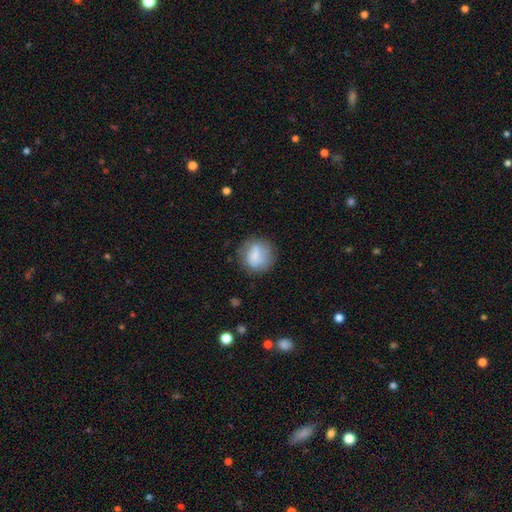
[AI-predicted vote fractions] A smooth galaxy with no disk features (75%) that is round (84%). Merging: none (69%).